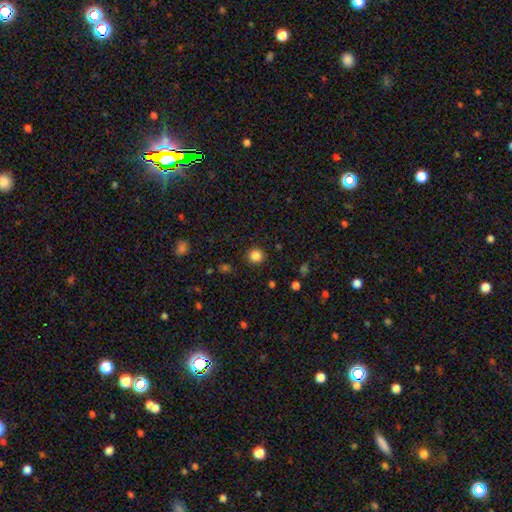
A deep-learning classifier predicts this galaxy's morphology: Smooth or featured? smooth (84%)
How rounded? round (91%)
Merging? none (91%)